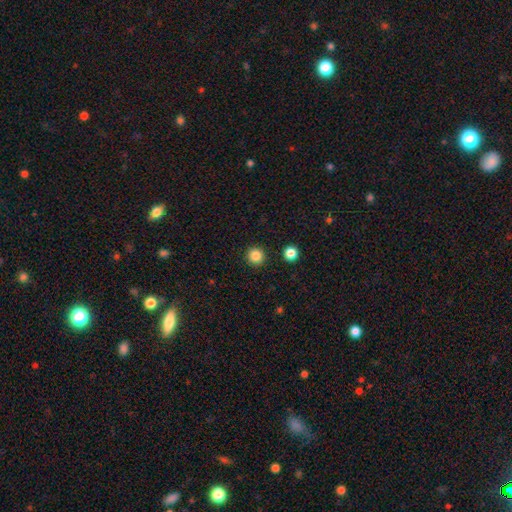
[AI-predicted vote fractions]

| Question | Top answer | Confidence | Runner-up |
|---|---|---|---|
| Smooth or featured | smooth | 85% | star or artifact (11%) |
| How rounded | round | 95% | in between (4%) |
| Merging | none | 92% | minor disturbance (5%) |